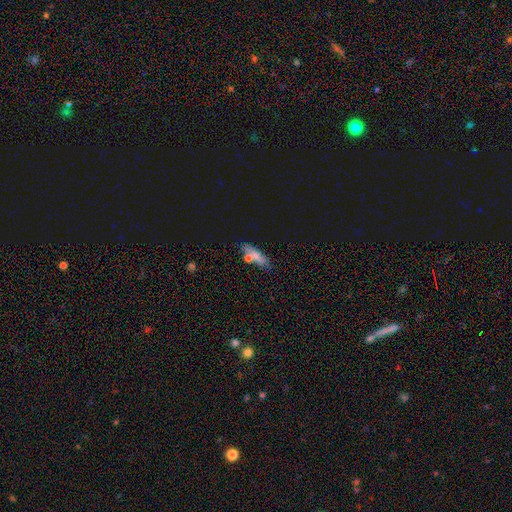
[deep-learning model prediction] Smooth or featured?
  - smooth: 65% *
  - star or artifact: 18%
  - featured or disk: 17%
How rounded?
  - cigar-shaped: 47% *
  - in between: 46%
  - round: 7%
Merging?
  - none: 75% *
  - minor disturbance: 13%
  - merger: 7%
  - major disturbance: 4%